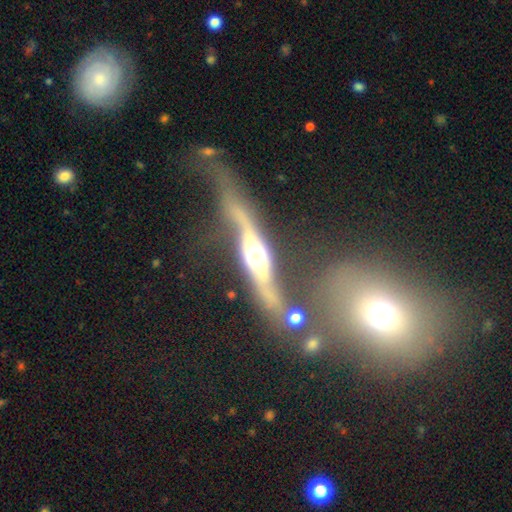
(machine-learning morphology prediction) A featured or disk galaxy (80%) viewed edge-on (58%). Merging: none (35%).